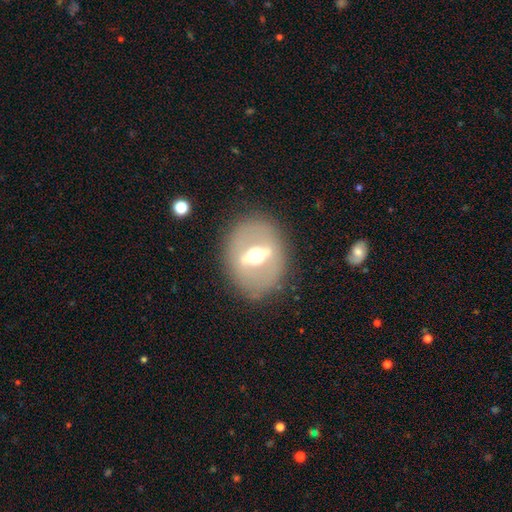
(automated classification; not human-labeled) A featured or disk galaxy (68%) with a strong bar (64%), no spiral arms (85%) and a moderate central bulge (68%). Merging: none (82%).